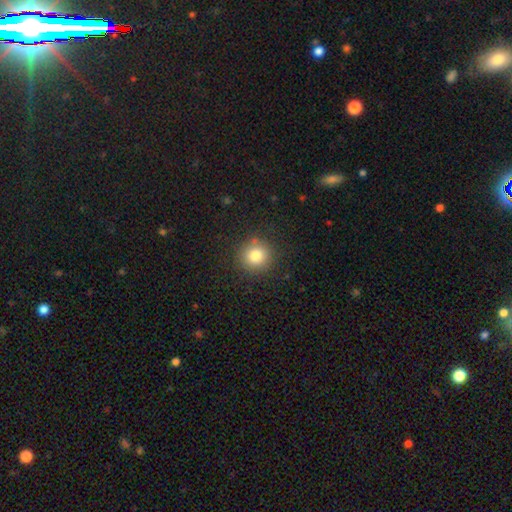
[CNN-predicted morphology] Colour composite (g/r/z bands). It shows a smooth galaxy with no disk features (80%) that is round (92%). Merging: none (88%).